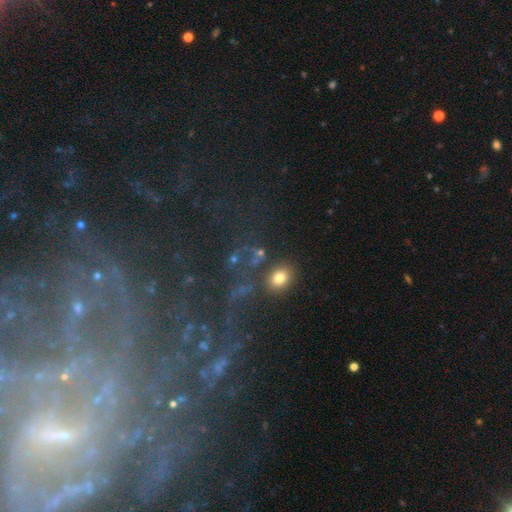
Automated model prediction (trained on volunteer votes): smooth 62%, star or artifact 23%, featured or disk 15%. Down the decision tree: how rounded — round (52%); merging — none (68%).